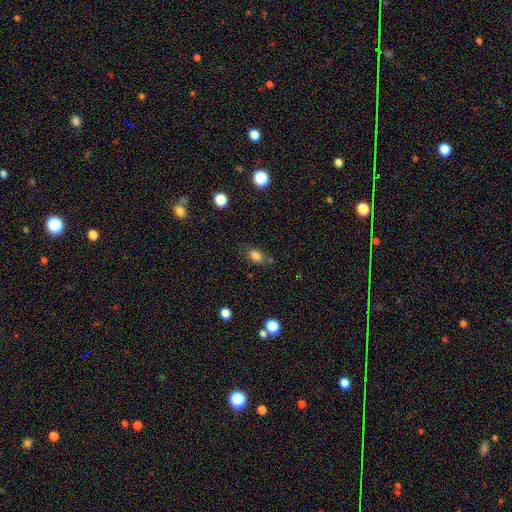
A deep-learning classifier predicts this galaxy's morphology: smooth_or_featured: smooth (p=0.80) [alt: star or artifact p=0.12]
how_rounded: in between (p=0.77) [alt: round p=0.21]
merging: none (p=0.65) [alt: minor disturbance p=0.19]